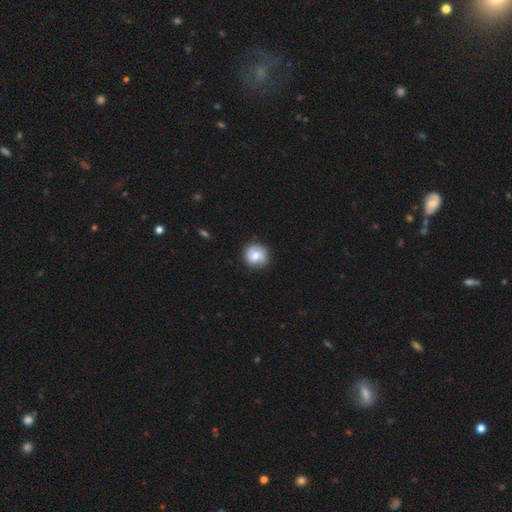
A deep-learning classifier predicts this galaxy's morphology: This appears to be a smooth galaxy with no disk features (51%) that is round (89%). Merging: none (82%).